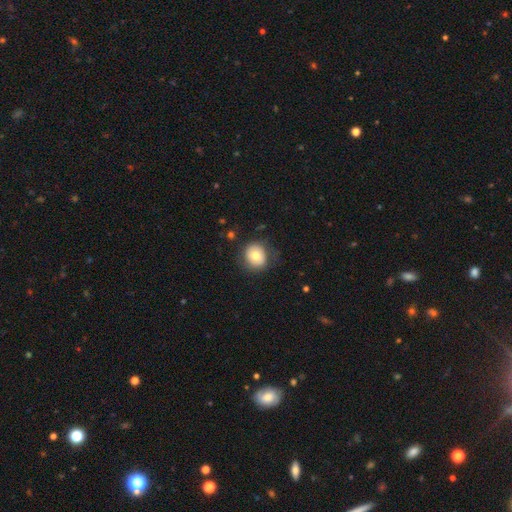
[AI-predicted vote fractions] The model was most divided on "smooth or featured": smooth: 72%, featured or disk: 19%, star or artifact: 9%. More confident: how rounded — round (79%); merging — none (77%).